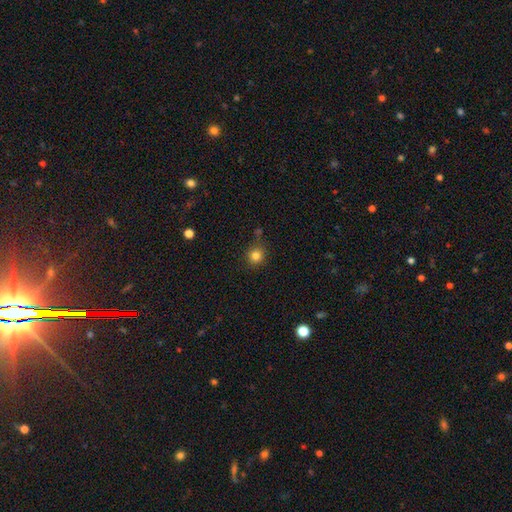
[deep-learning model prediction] smooth 82%, star or artifact 13%, featured or disk 5%. Down the decision tree: how rounded — round (92%); merging — none (82%).